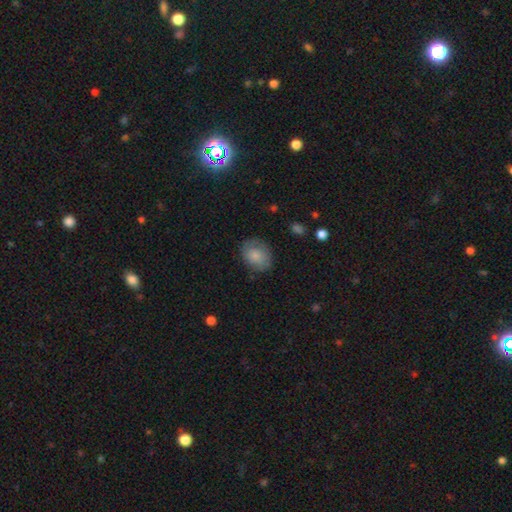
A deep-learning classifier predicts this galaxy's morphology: type=smooth (77%); roundness=in between (53%); merging=none (74%).